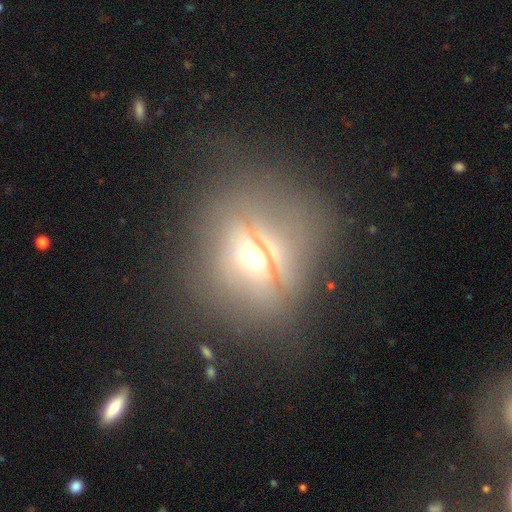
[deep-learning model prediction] This appears to be a featured or disk galaxy (49%). Merging: none (68%).